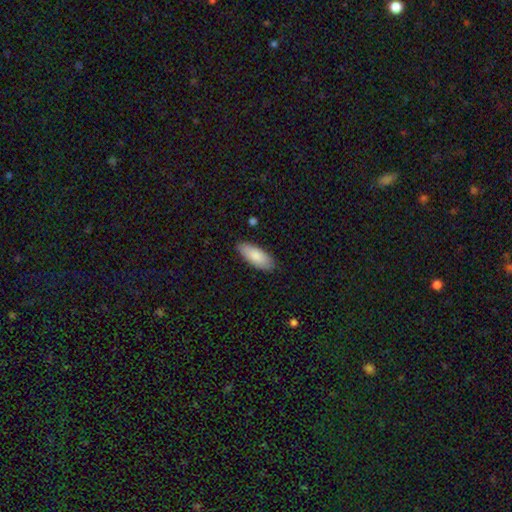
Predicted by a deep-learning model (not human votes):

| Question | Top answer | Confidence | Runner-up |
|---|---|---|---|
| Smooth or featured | smooth | 85% | featured or disk (9%) |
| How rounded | in between | 80% | cigar-shaped (18%) |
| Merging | none | 84% | minor disturbance (12%) |